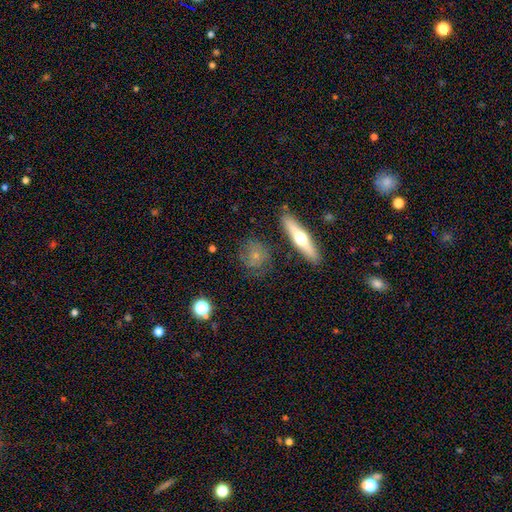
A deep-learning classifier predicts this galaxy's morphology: Q: Smooth or featured?
A: smooth (45%); runner-up: featured or disk (44%)
Q: Merging?
A: none (74%); runner-up: minor disturbance (16%)